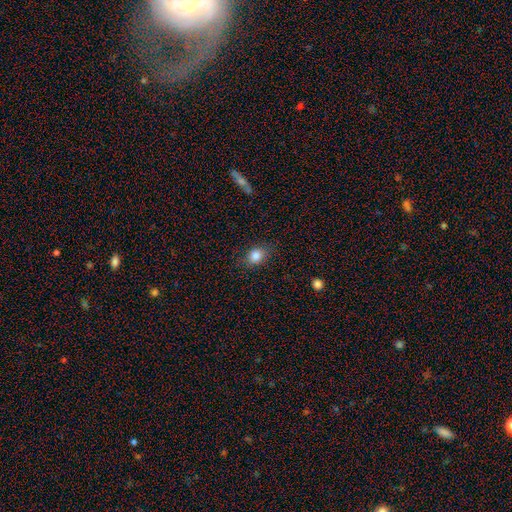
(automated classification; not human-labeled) Smooth or featured?
  - smooth: 84% *
  - star or artifact: 10%
  - featured or disk: 6%
How rounded?
  - in between: 51% *
  - round: 48%
  - cigar-shaped: 1%
Merging?
  - none: 81% *
  - minor disturbance: 13%
  - major disturbance: 4%
  - merger: 1%